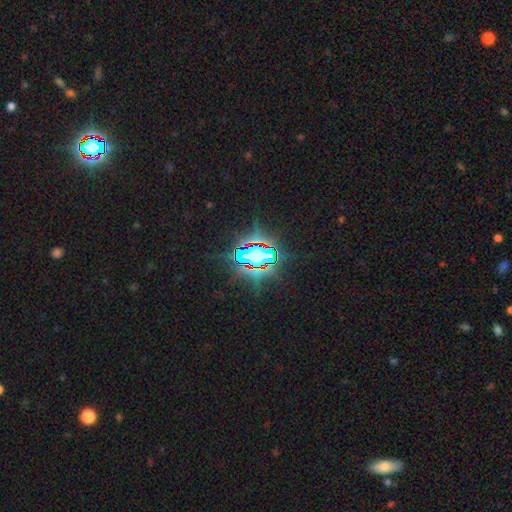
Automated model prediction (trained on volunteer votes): Smooth or featured? Predicted: star or artifact (p=0.76).